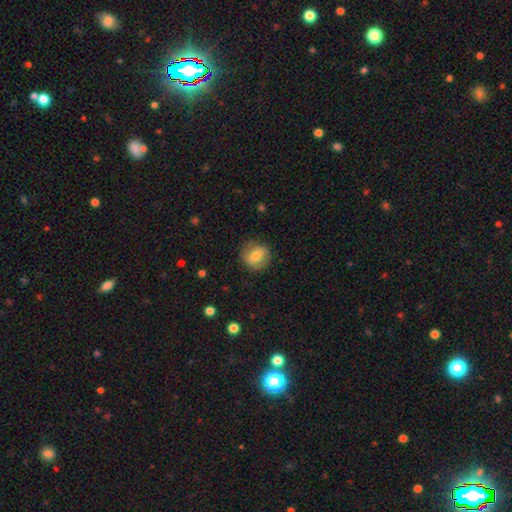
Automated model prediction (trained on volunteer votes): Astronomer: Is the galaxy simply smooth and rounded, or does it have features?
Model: smooth — 71%.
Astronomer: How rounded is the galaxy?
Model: round — 79%.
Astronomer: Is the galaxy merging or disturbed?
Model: none — 82%.